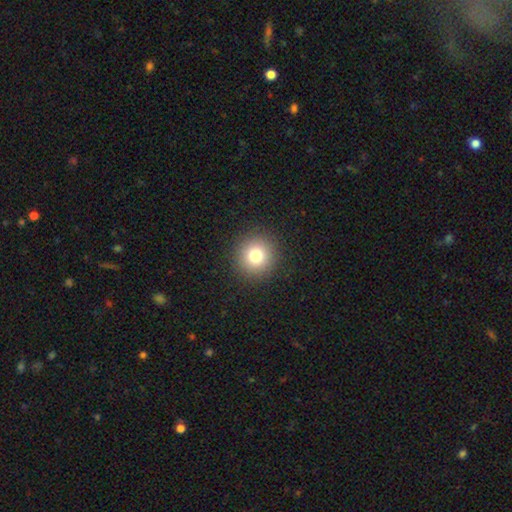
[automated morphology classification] Smooth or featured? smooth (78%)
How rounded? round (93%)
Merging? none (92%)